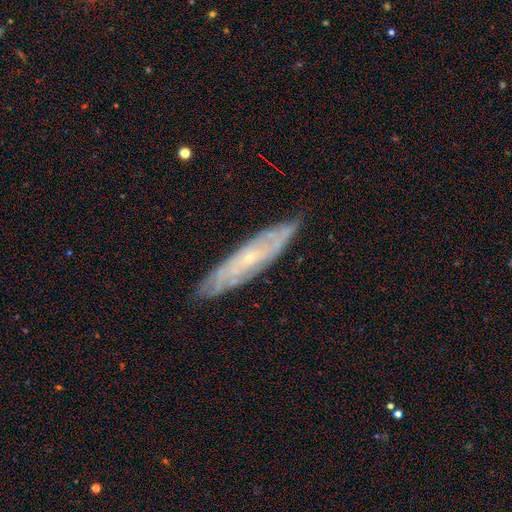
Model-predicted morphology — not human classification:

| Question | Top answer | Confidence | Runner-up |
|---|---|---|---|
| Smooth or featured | featured or disk | 76% | smooth (17%) |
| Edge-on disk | no | 64% | yes (36%) |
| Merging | none | 82% | minor disturbance (15%) |